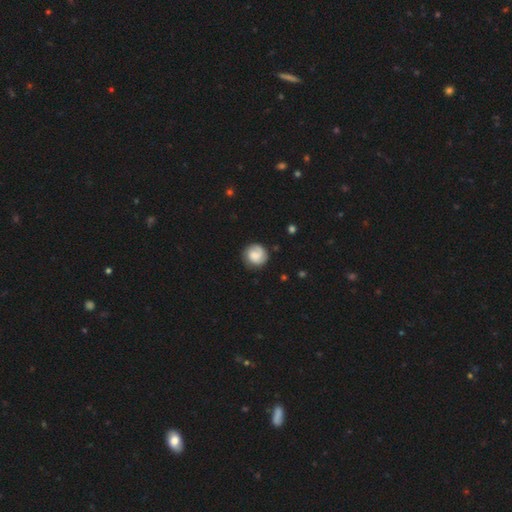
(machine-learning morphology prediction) smooth-or-featured: smooth: 49% | featured or disk: 44% | star or artifact: 7%
  merging: none: 77% | minor disturbance: 15% | major disturbance: 6% | merger: 2%